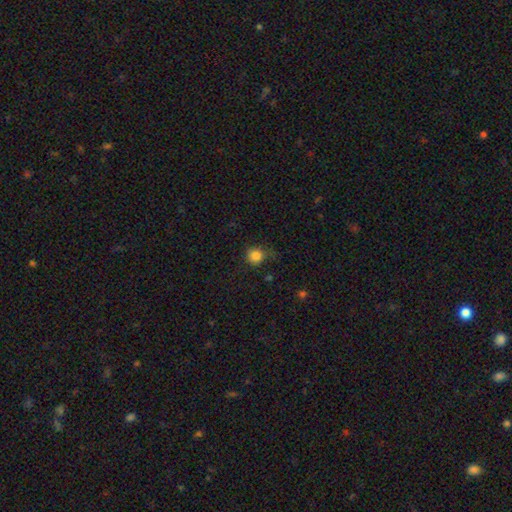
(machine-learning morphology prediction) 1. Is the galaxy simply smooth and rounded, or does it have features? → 83% smooth, 12% star or artifact, 5% featured or disk.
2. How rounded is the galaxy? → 88% round, 11% in between, 1% cigar-shaped.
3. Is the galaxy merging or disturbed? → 71% none, 21% minor disturbance, 6% major disturbance, 2% merger.